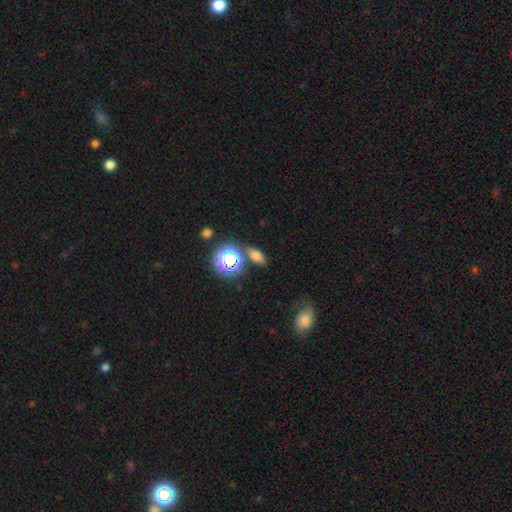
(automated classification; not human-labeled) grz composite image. It shows a smooth galaxy with no disk features (65%) that is in between round and cigar-shaped (78%). Merging: none (77%).